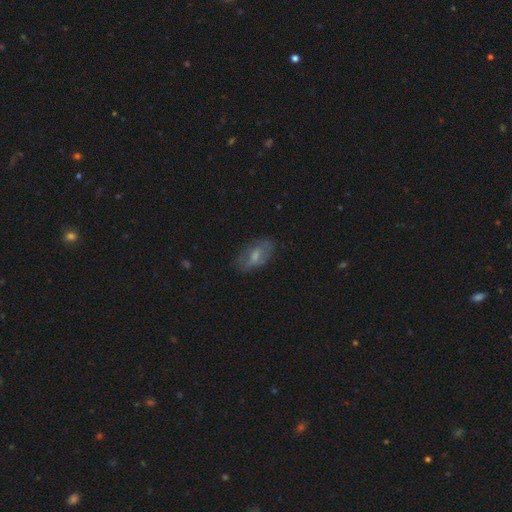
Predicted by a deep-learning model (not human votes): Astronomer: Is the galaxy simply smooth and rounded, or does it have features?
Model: smooth — 55% (runner-up: featured or disk, 37%).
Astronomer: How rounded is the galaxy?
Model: in between — 88%.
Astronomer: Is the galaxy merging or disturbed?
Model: none — 70%.